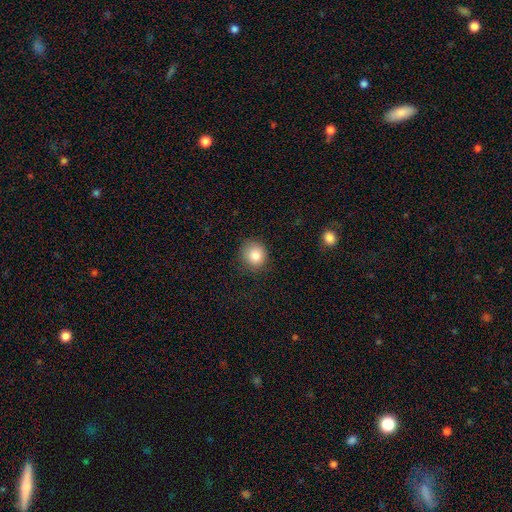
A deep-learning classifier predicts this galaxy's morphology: Overall: smooth (83%). How rounded: round (86%). Merging: none (83%).